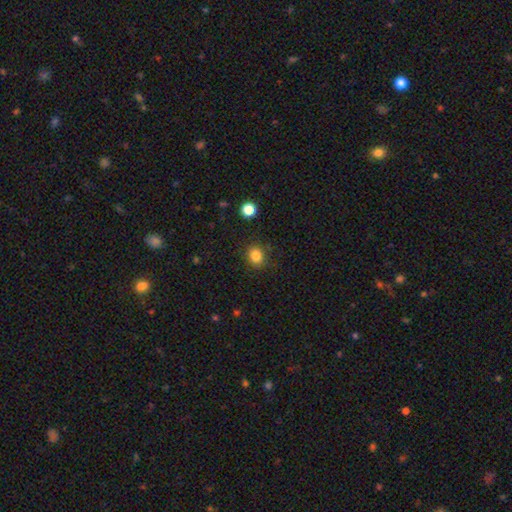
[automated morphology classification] smooth-or-featured: smooth: 84% | star or artifact: 12% | featured or disk: 5%
  how-rounded: round: 71% | in between: 28% | cigar-shaped: 1%
  merging: none: 86% | minor disturbance: 9% | major disturbance: 3% | merger: 2%